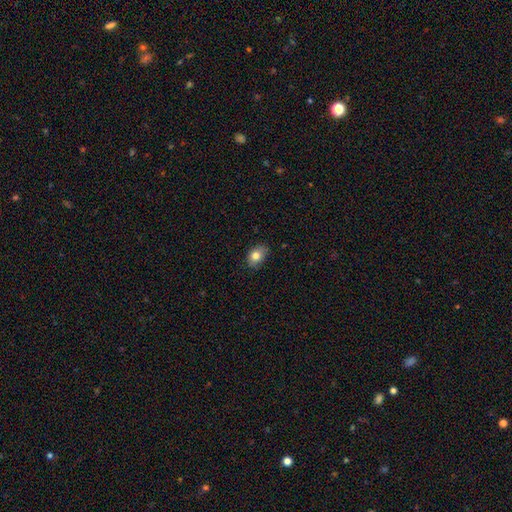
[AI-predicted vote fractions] Overall: smooth (80%). How rounded: in between (76%). Merging: none (80%).